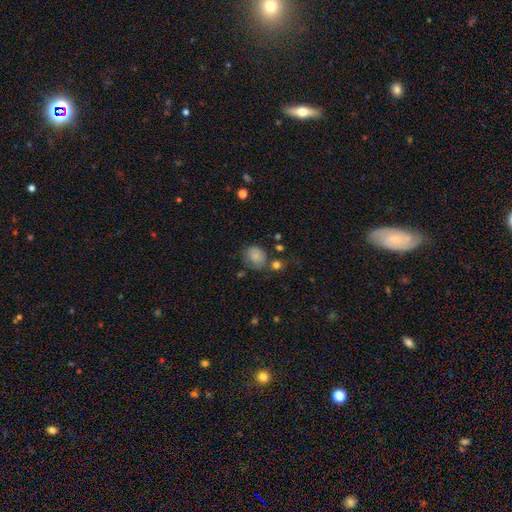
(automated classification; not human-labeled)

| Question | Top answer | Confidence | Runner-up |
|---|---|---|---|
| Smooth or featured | smooth | 80% | featured or disk (11%) |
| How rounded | round | 61% | in between (38%) |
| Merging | none | 60% | minor disturbance (24%) |